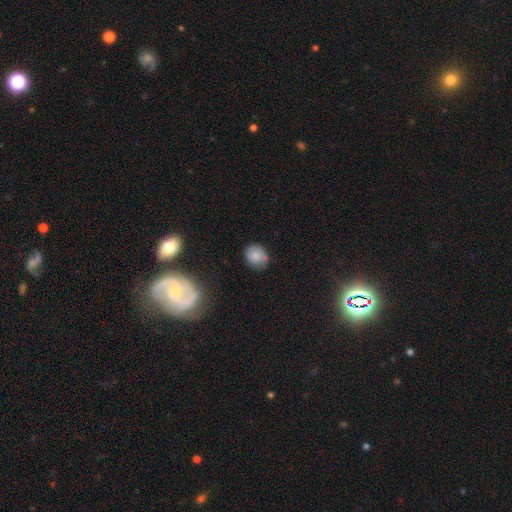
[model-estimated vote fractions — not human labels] A smooth galaxy with no disk features (78%) that is round (73%).

Vote fractions:
- Smooth or featured? smooth: 78% / featured or disk: 13% / star or artifact: 10%
- How rounded? round: 73% / in between: 26% / cigar-shaped: 1%
- Merging? none: 72% / minor disturbance: 20% / major disturbance: 4% / merger: 3%